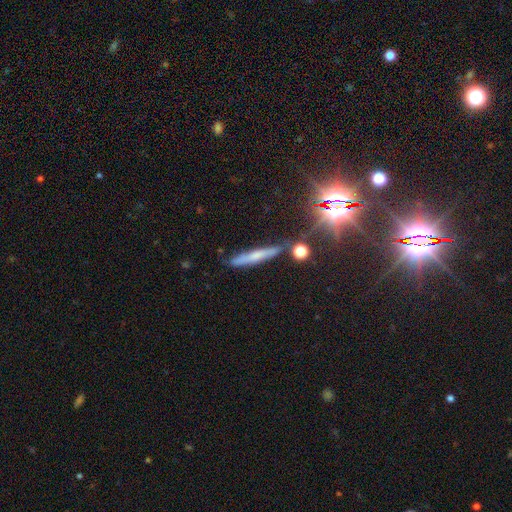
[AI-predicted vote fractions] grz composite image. It shows a smooth galaxy with no disk features (47%). Merging: none (82%).